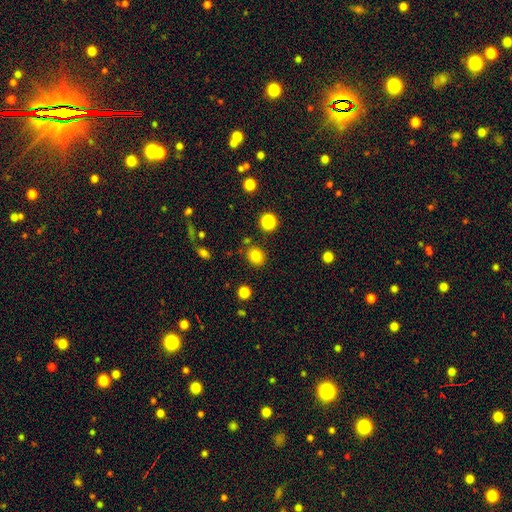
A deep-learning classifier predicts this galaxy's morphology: This appears to be a smooth galaxy with no disk features (83%) that is round (75%). Merging: none (84%).